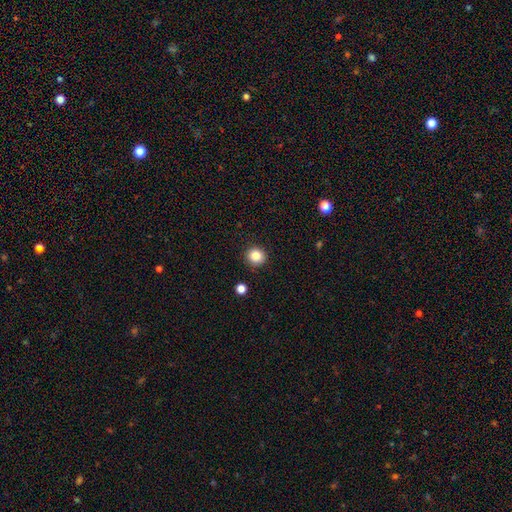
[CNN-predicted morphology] The model was most divided on "smooth or featured": smooth: 86%, star or artifact: 10%, featured or disk: 4%. More confident: merging — none (90%); how rounded — round (89%).